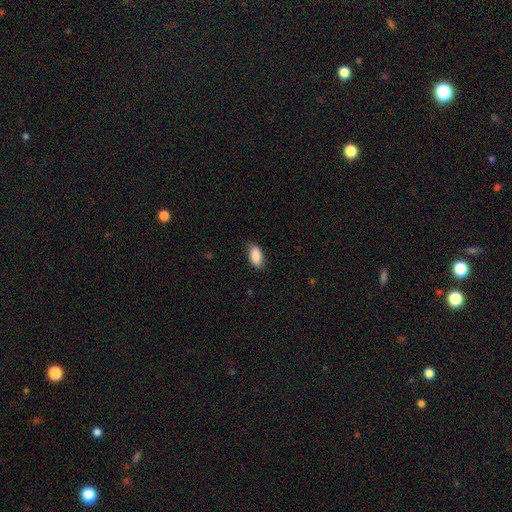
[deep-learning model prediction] Q: Smooth or featured?
A: smooth (87%); runner-up: star or artifact (6%)
Q: How rounded?
A: in between (90%); runner-up: cigar-shaped (7%)
Q: Merging?
A: none (79%); runner-up: minor disturbance (17%)